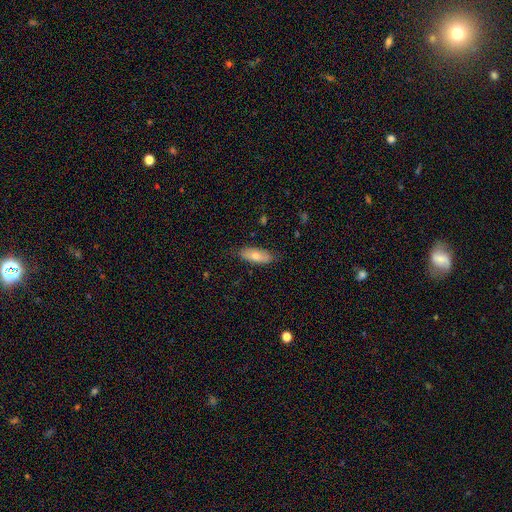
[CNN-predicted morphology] Overall: smooth (68%). How rounded: in between (77%). Merging: none (82%).